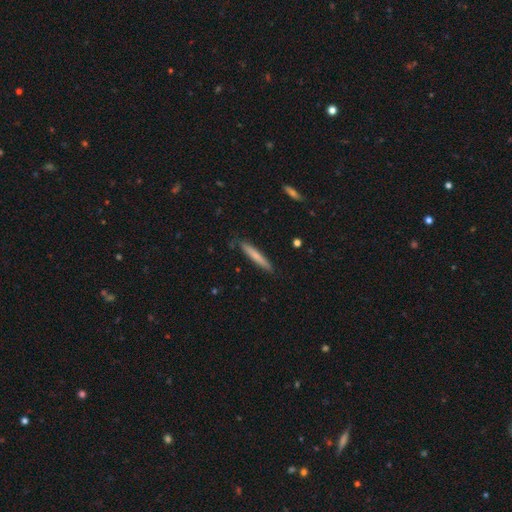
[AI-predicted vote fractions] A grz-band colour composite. It shows a smooth galaxy with no disk features (70%) that is cigar-shaped (95%). Merging: none (87%).